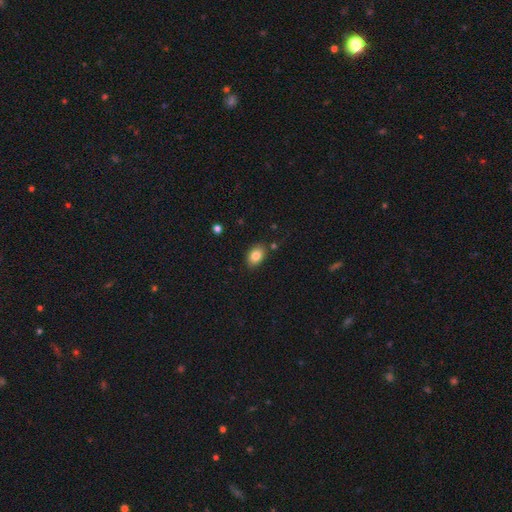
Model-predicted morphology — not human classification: Smooth or featured: smooth — 84% (star or artifact — 9%)
How rounded: in between — 81% (round — 18%)
Merging: none — 83% (minor disturbance — 11%)